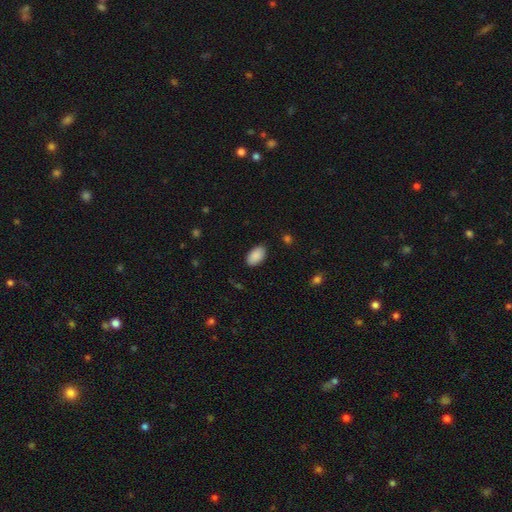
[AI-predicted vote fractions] Smooth or featured? smooth (90%)
How rounded? in between (94%)
Merging? none (88%)